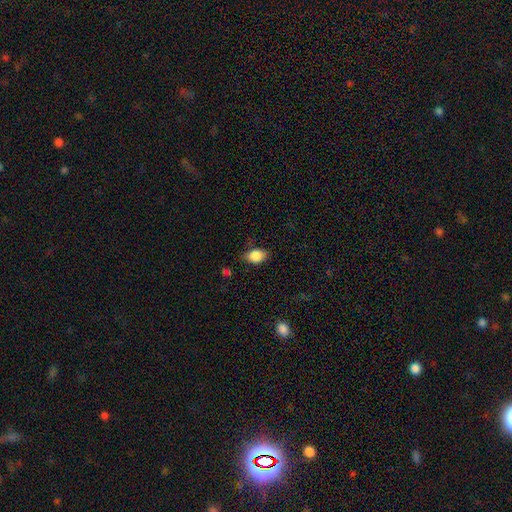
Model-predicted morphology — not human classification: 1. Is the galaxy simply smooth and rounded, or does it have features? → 85% smooth, 8% star or artifact, 7% featured or disk.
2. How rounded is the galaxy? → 79% in between, 19% round, 2% cigar-shaped.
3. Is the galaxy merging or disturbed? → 75% none, 19% minor disturbance, 4% major disturbance, 2% merger.